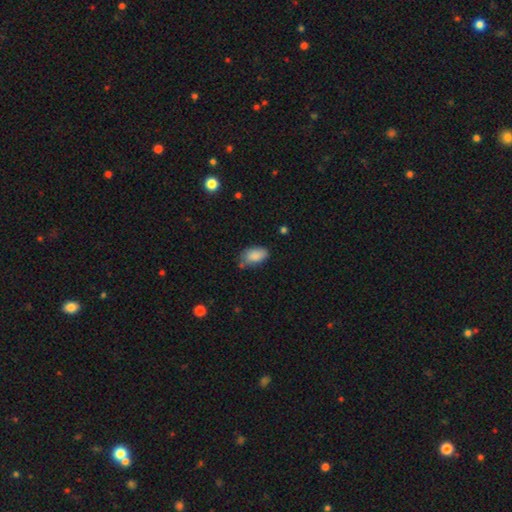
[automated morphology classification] This appears to be a smooth galaxy with no disk features (87%) that is in between round and cigar-shaped (93%). Merging: none (62%).